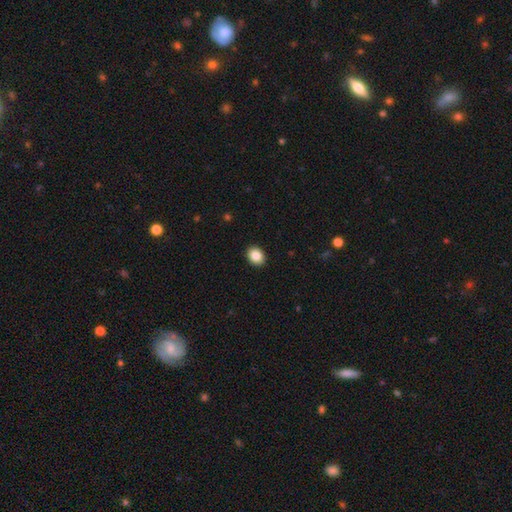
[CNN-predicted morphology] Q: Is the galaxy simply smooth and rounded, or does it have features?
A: smooth — 87%.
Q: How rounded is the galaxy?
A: in between — 54%.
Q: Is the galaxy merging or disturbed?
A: none — 92%.